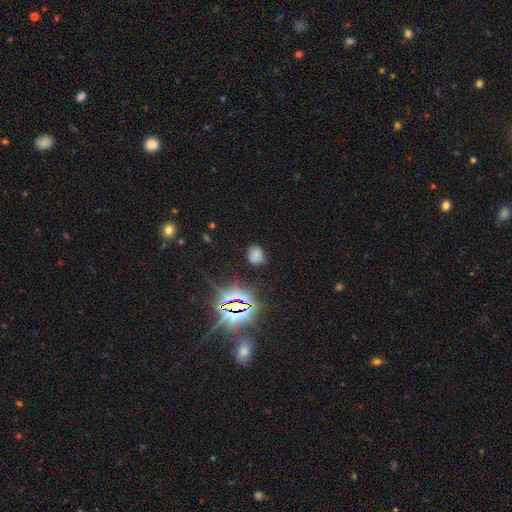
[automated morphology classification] type=smooth (60%); roundness=in between (50%); merging=none (74%).